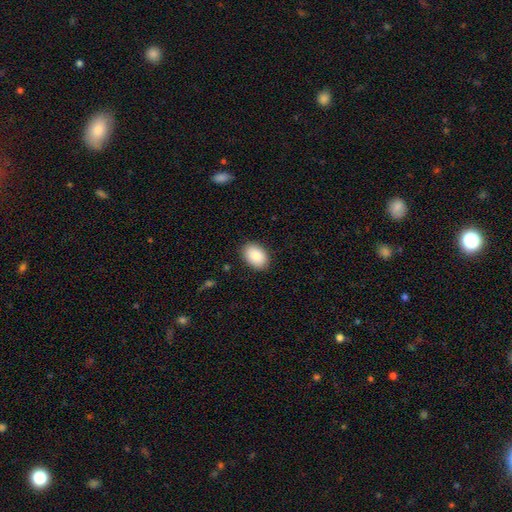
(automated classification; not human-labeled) Smooth or featured?
  - smooth: 86% *
  - featured or disk: 7%
  - star or artifact: 7%
How rounded?
  - in between: 83% *
  - round: 16%
  - cigar-shaped: 1%
Merging?
  - none: 87% *
  - minor disturbance: 10%
  - major disturbance: 2%
  - merger: 1%